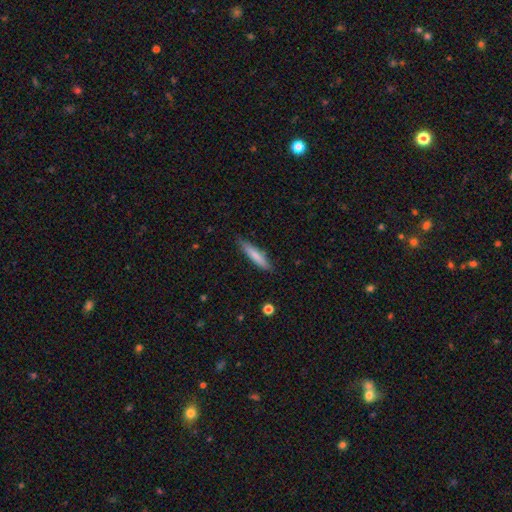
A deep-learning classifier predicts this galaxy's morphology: This appears to be a smooth galaxy with no disk features (76%) that is cigar-shaped (88%). Merging: none (84%).